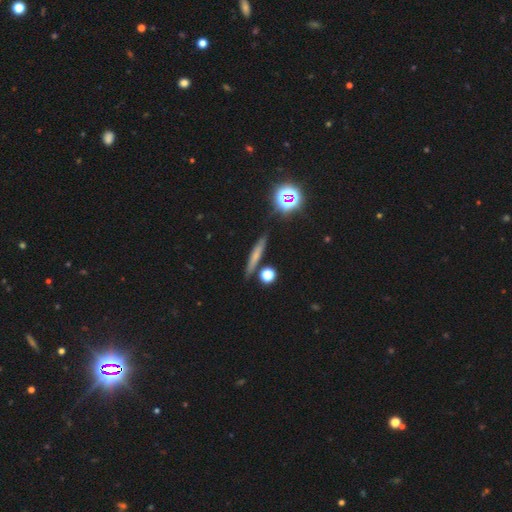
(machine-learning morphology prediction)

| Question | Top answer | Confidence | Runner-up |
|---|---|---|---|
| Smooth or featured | smooth | 57% | featured or disk (28%) |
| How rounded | cigar-shaped | 82% | round (10%) |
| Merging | none | 83% | minor disturbance (10%) |